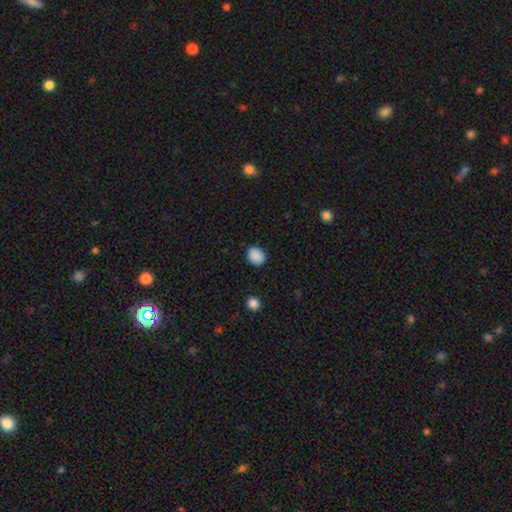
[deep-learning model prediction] The model was most divided on "how rounded": round: 68%, in between: 31%, cigar-shaped: 1%. More confident: smooth or featured — smooth (89%); merging — none (89%).